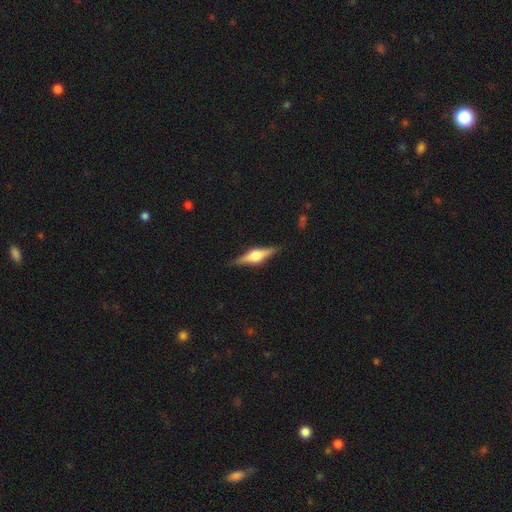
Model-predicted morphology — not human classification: Smooth or featured: featured or disk — 73% (smooth — 21%)
Edge-on disk: yes — 97% (no — 3%)
Edge-on bulge: rounded — 91% (boxy — 8%)
Merging: none — 88% (minor disturbance — 9%)